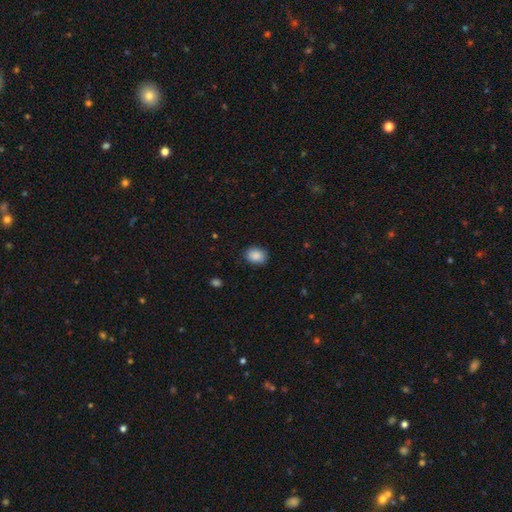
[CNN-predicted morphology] smooth 88%, star or artifact 8%, featured or disk 4%. Down the decision tree: how rounded — in between (55%); merging — none (86%).